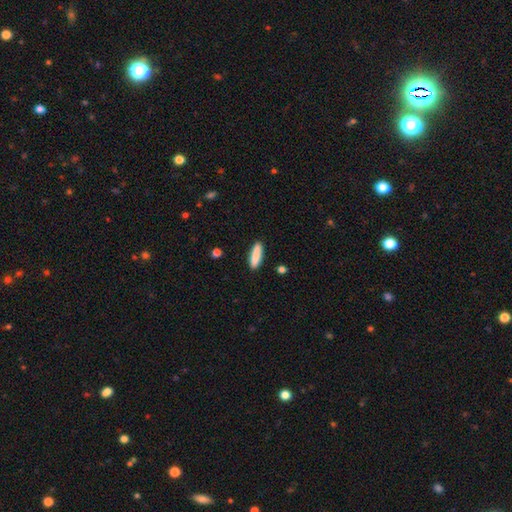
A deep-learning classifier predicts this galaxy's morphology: Overall: smooth (86%). How rounded: cigar-shaped (70%). Merging: none (88%).